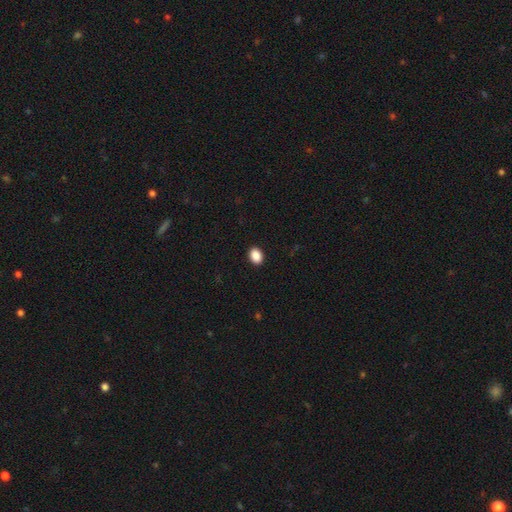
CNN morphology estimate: Smooth or featured? smooth (89%)
How rounded? in between (69%)
Merging? none (92%)